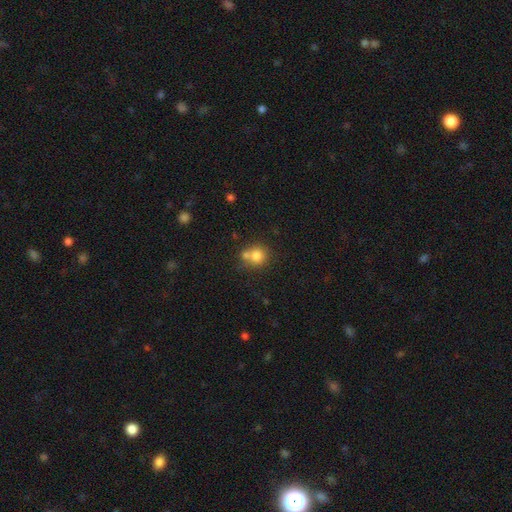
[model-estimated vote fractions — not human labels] This is likely a smooth galaxy (78%). How rounded: clearly round (86%). Merging: possibly none (51%).